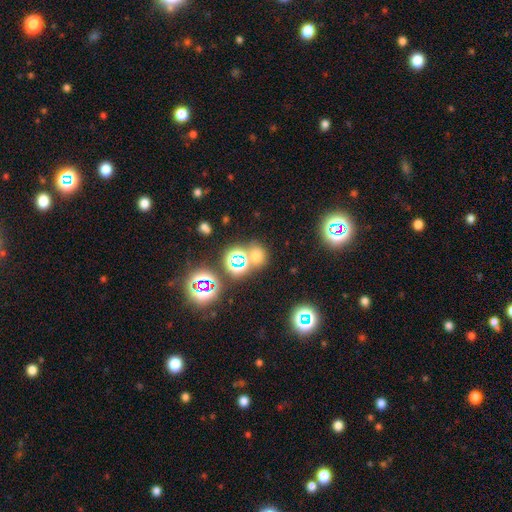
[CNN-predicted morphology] type=smooth (55%); roundness=round (77%); merging=none (64%).